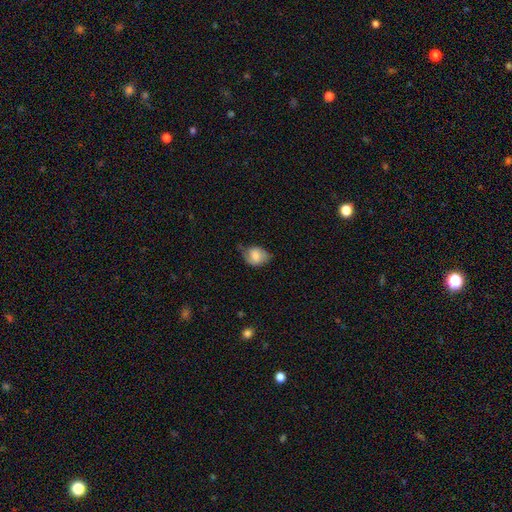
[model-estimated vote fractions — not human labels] A smooth galaxy with no disk features (69%) that is in between round and cigar-shaped (58%).

Vote fractions:
- Smooth or featured? smooth: 69% / featured or disk: 23% / star or artifact: 8%
- How rounded? in between: 58% / round: 41% / cigar-shaped: 1%
- Merging? none: 49% / minor disturbance: 36% / major disturbance: 12% / merger: 2%